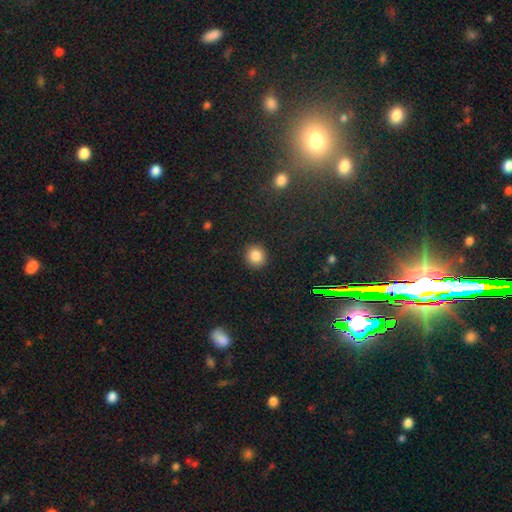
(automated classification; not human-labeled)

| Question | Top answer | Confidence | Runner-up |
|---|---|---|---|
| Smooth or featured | smooth | 85% | star or artifact (10%) |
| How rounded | round | 88% | in between (11%) |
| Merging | none | 91% | minor disturbance (6%) |